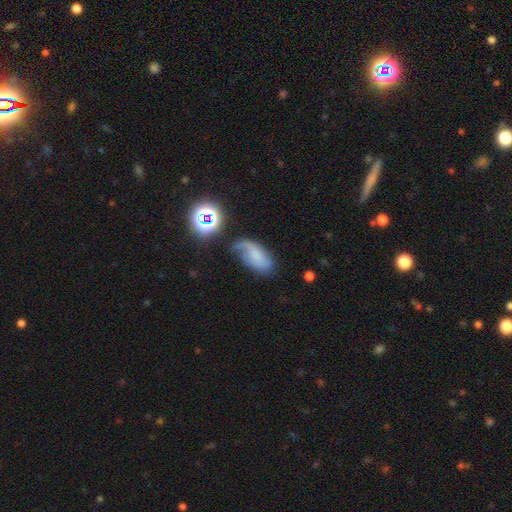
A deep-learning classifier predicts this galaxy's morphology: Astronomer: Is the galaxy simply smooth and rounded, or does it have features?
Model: featured or disk — 48% (runner-up: smooth, 38%).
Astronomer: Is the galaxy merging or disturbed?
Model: none — 43% (runner-up: minor disturbance, 30%).